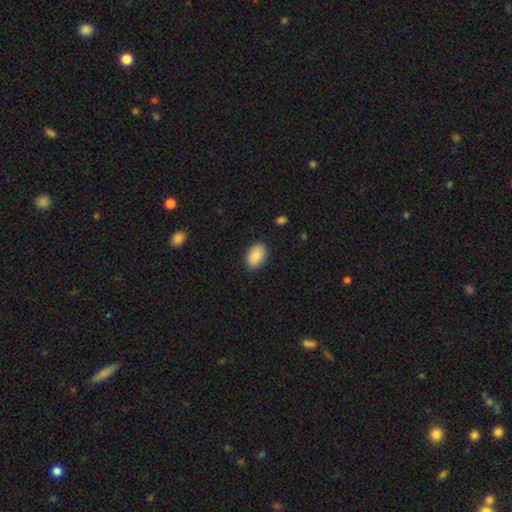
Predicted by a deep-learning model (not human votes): Smooth or featured: smooth — 88% (star or artifact — 7%)
How rounded: in between — 89% (round — 10%)
Merging: none — 86% (minor disturbance — 11%)